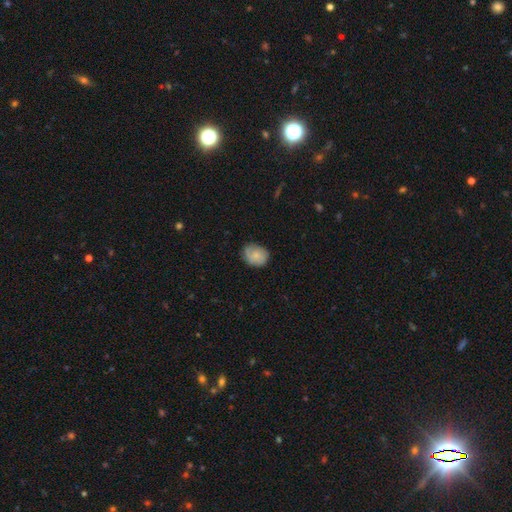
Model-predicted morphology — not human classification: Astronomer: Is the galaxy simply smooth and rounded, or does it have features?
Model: smooth — 67%.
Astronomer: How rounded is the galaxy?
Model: round — 56% (runner-up: in between, 43%).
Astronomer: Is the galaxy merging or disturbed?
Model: none — 68%.